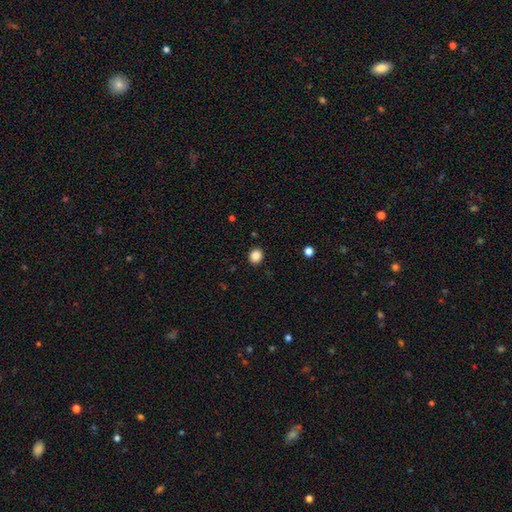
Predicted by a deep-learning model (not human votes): Smooth or featured: smooth — 87% (star or artifact — 10%)
How rounded: round — 79% (in between — 21%)
Merging: none — 91% (minor disturbance — 6%)